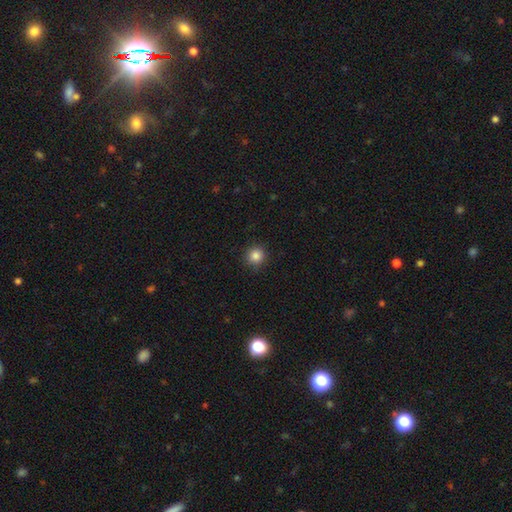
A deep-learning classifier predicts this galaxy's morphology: smooth-or-featured: smooth: 85% | star or artifact: 11% | featured or disk: 4%
  how-rounded: round: 93% | in between: 6% | cigar-shaped: 1%
  merging: none: 90% | minor disturbance: 7% | major disturbance: 2% | merger: 1%